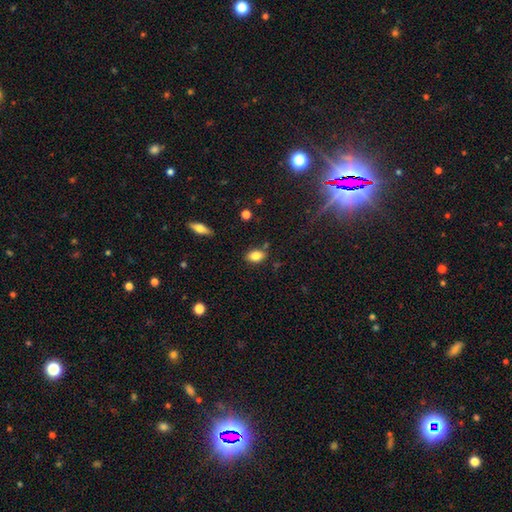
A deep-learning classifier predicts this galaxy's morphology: A smooth galaxy with no disk features (82%) that is in between round and cigar-shaped (86%).

Vote fractions:
- Smooth or featured? smooth: 82% / featured or disk: 9% / star or artifact: 9%
- How rounded? in between: 86% / round: 12% / cigar-shaped: 3%
- Merging? none: 78% / minor disturbance: 14% / merger: 5% / major disturbance: 3%